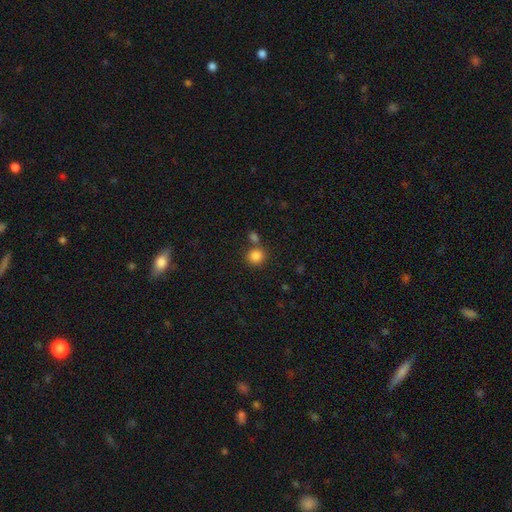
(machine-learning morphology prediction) A smooth galaxy with no disk features (85%) that is round (88%). Merging: none (71%).